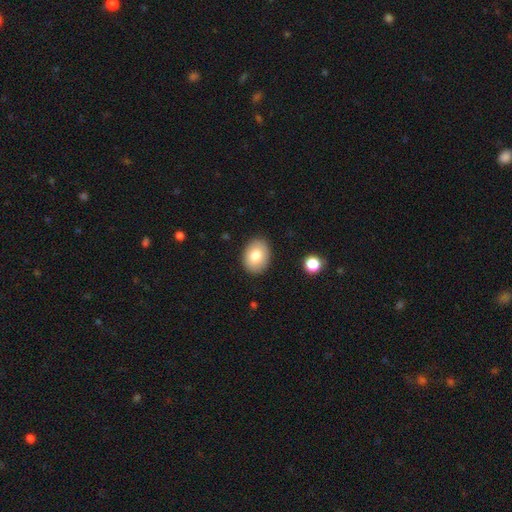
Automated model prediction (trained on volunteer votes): Smooth or featured? smooth (79%)
How rounded? in between (68%)
Merging? none (88%)